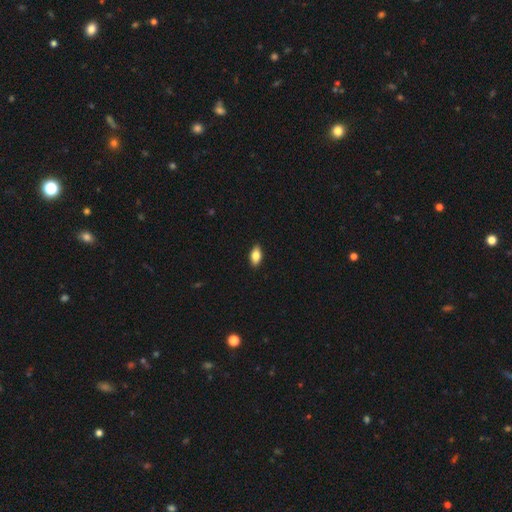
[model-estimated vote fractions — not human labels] A smooth galaxy with no disk features (80%) that is in between round and cigar-shaped (89%).

Vote fractions:
- Smooth or featured? smooth: 80% / featured or disk: 13% / star or artifact: 7%
- How rounded? in between: 89% / cigar-shaped: 7% / round: 4%
- Merging? none: 90% / minor disturbance: 8% / major disturbance: 2% / merger: 1%